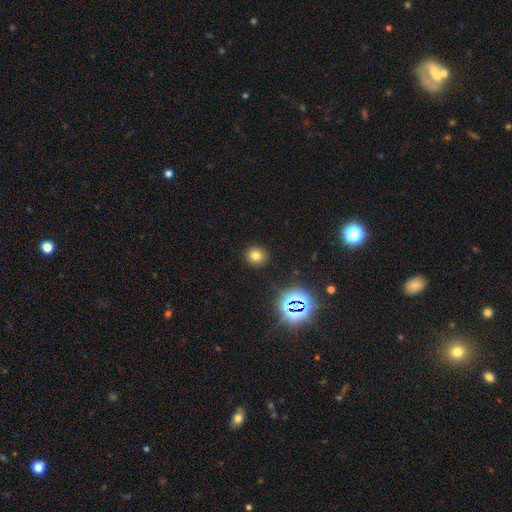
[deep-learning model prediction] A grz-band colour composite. It shows a smooth galaxy with no disk features (73%) that is round (89%). Merging: none (91%).